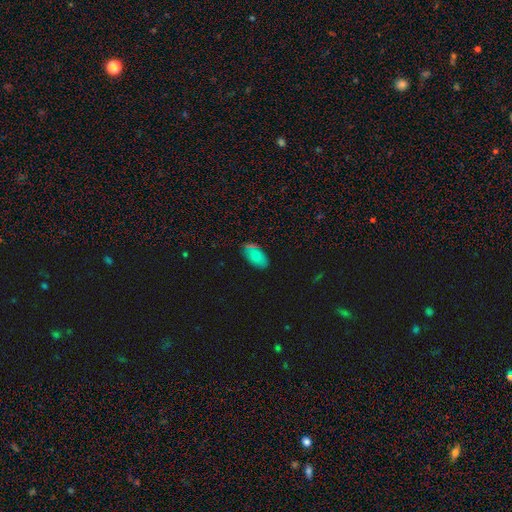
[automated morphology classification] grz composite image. It shows a smooth galaxy with no disk features (68%) that is in between round and cigar-shaped (92%). Merging: none (71%).